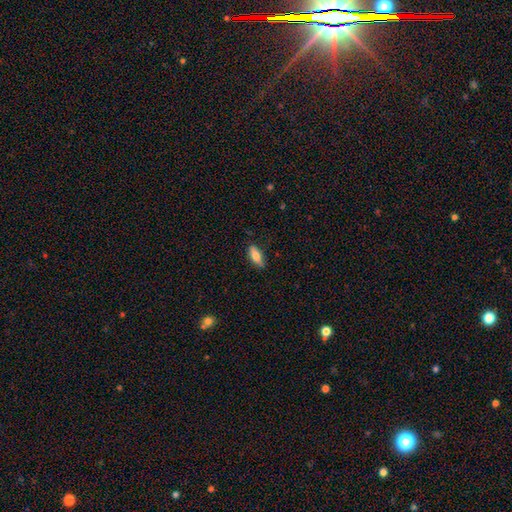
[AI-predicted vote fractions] Q: Smooth or featured?
A: smooth (75%); runner-up: featured or disk (18%)
Q: How rounded?
A: in between (71%); runner-up: cigar-shaped (27%)
Q: Merging?
A: none (81%); runner-up: minor disturbance (15%)